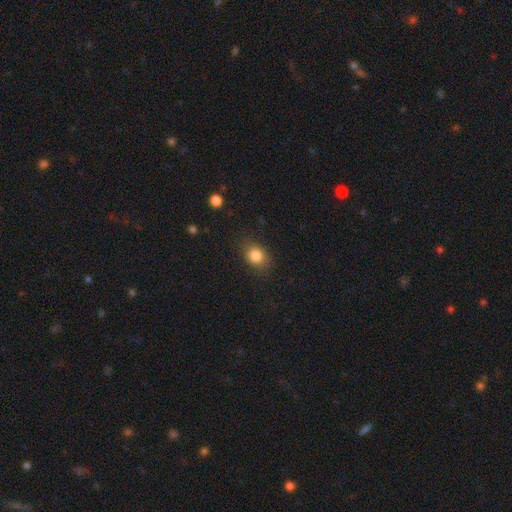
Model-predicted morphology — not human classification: Smooth or featured? smooth (84%)
How rounded? round (50%)
Merging? none (80%)